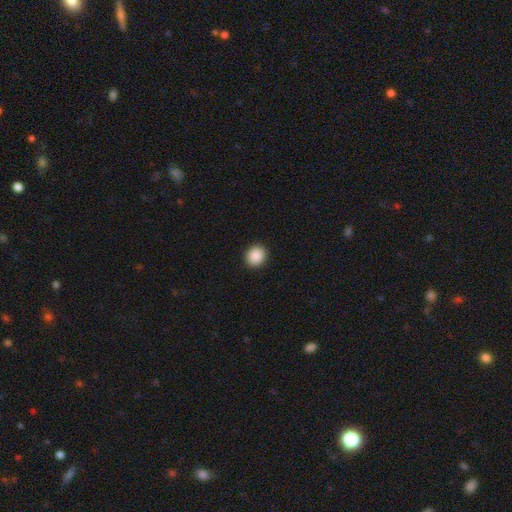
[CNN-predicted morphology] type=smooth (89%); roundness=round (81%); merging=none (92%).